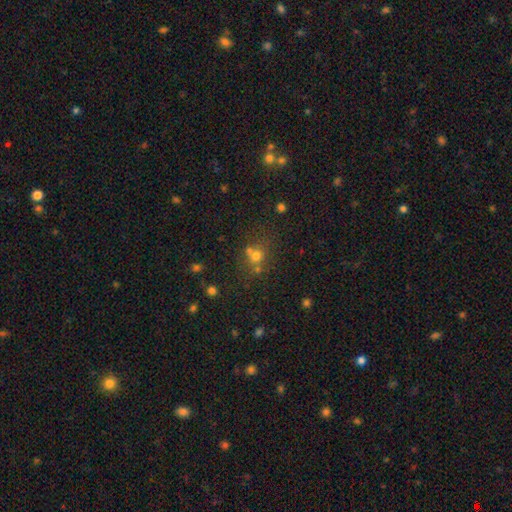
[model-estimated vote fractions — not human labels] smooth_or_featured: smooth (p=0.65) [alt: star or artifact p=0.23]
how_rounded: round (p=0.81) [alt: in between p=0.18]
merging: none (p=0.56) [alt: merger p=0.28]